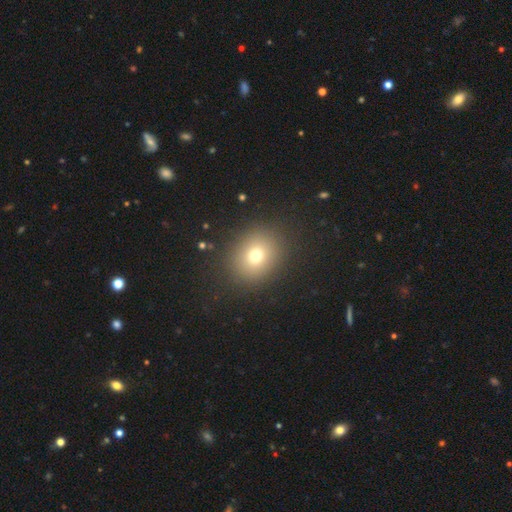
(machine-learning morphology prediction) This is likely a smooth galaxy (72%). How rounded: likely round (67%). Merging: clearly none (87%).